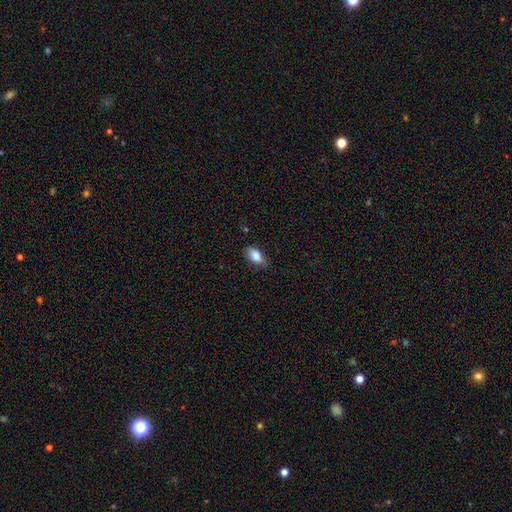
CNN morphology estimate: Smooth or featured?
  - smooth: 85% *
  - featured or disk: 8%
  - star or artifact: 8%
How rounded?
  - in between: 90% *
  - round: 6%
  - cigar-shaped: 4%
Merging?
  - none: 74% *
  - minor disturbance: 21%
  - major disturbance: 4%
  - merger: 1%